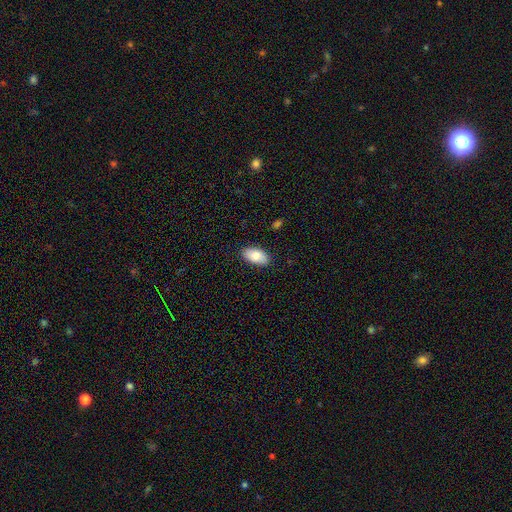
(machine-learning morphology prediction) Smooth or featured: smooth — 83% (featured or disk — 11%)
How rounded: in between — 95% (round — 3%)
Merging: none — 87% (minor disturbance — 10%)